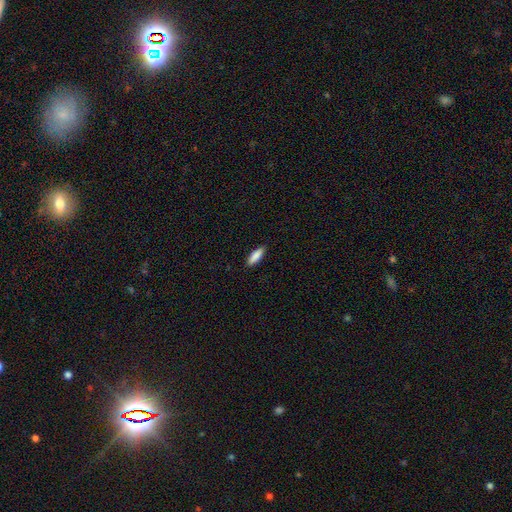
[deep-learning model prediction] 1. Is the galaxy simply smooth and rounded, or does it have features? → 87% smooth, 7% featured or disk, 6% star or artifact.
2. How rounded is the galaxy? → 49% in between (tied), 49% cigar-shaped (tied), 2% round.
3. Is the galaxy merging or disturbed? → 88% none, 9% minor disturbance, 2% major disturbance, 1% merger.